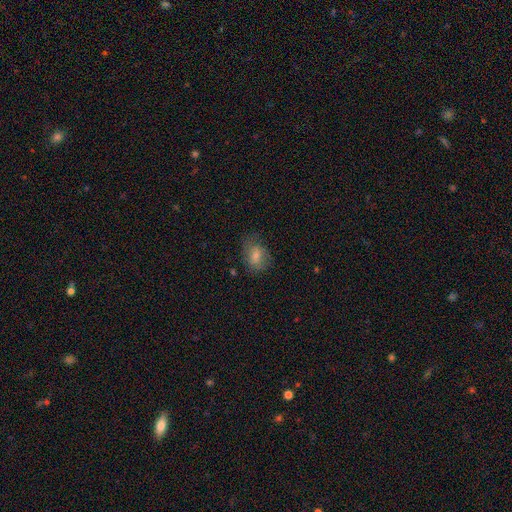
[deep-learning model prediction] This appears to be a smooth galaxy with no disk features (72%) that is in between round and cigar-shaped (59%). Merging: none (58%).